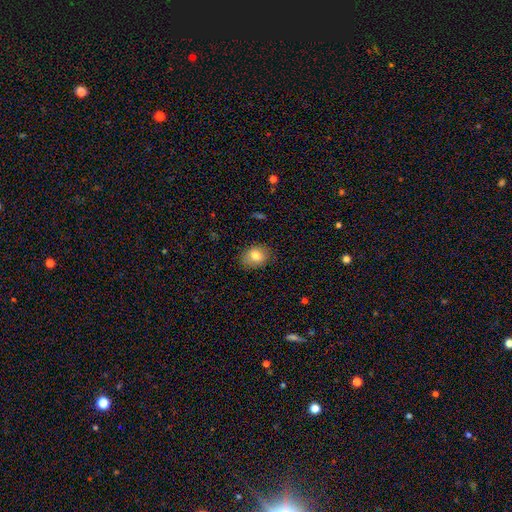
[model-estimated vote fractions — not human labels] Smooth or featured?
  - smooth: 80% *
  - featured or disk: 11%
  - star or artifact: 9%
How rounded?
  - in between: 57% *
  - round: 42%
  - cigar-shaped: 1%
Merging?
  - none: 84% *
  - minor disturbance: 12%
  - major disturbance: 3%
  - merger: 1%